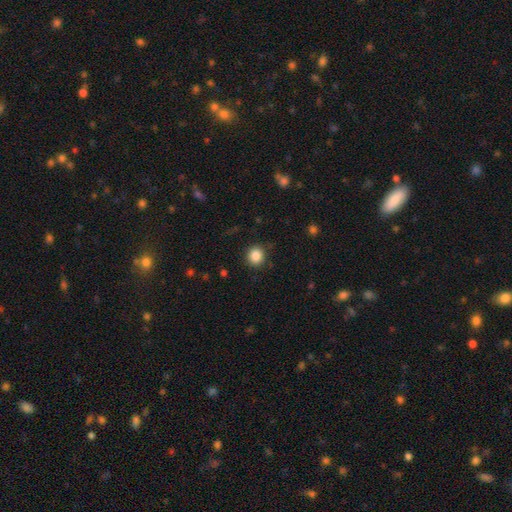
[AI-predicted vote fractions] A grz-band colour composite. It shows a smooth galaxy with no disk features (86%) that is round (89%). Merging: none (89%).